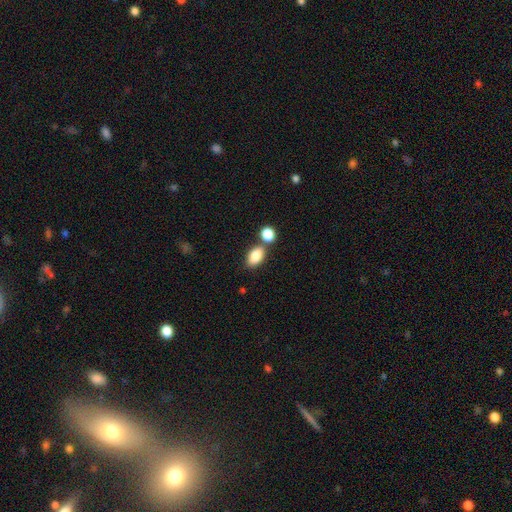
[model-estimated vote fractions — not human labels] smooth 84%, star or artifact 8%, featured or disk 7%. Down the decision tree: how rounded — in between (88%); merging — none (61%).